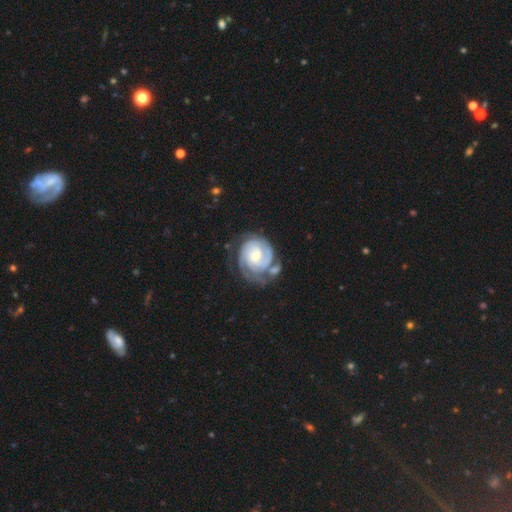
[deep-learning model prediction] Smooth or featured?
  - featured or disk: 89% *
  - smooth: 6%
  - star or artifact: 4%
Edge-on disk?
  - no: 98% *
  - yes: 2%
Bar?
  - no: 53% *
  - weak: 38%
  - strong: 9%
Spiral arms?
  - yes: 98% *
  - no: 2%
Spiral winding?
  - tight: 78% *
  - medium: 19%
  - loose: 3%
Spiral arm count?
  - 2: 36% *
  - 3: 28%
  - can't tell: 19%
  - 4: 8%
  - 1: 5%
  - more than 4: 5%
Bulge size?
  - moderate: 50% *
  - small: 46%
  - large: 2%
  - none: 1%
  - dominant: 1%
Merging?
  - none: 57% *
  - minor disturbance: 20%
  - merger: 13%
  - major disturbance: 10%